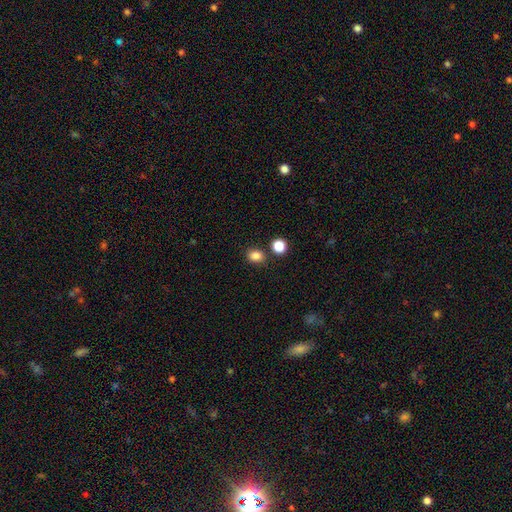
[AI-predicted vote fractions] Smooth or featured? smooth (84%)
How rounded? in between (53%)
Merging? none (80%)